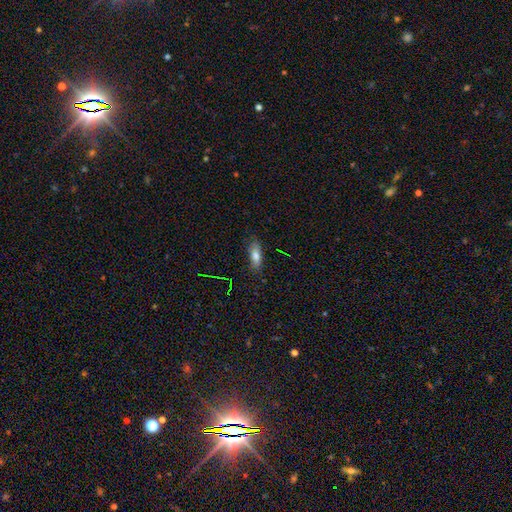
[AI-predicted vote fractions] Overall: smooth (76%). How rounded: in between (71%). Merging: none (78%).